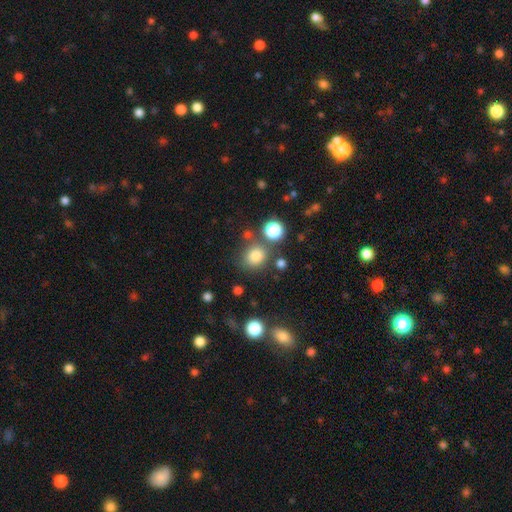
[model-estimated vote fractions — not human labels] Smooth or featured? smooth (78%)
How rounded? round (78%)
Merging? none (73%)